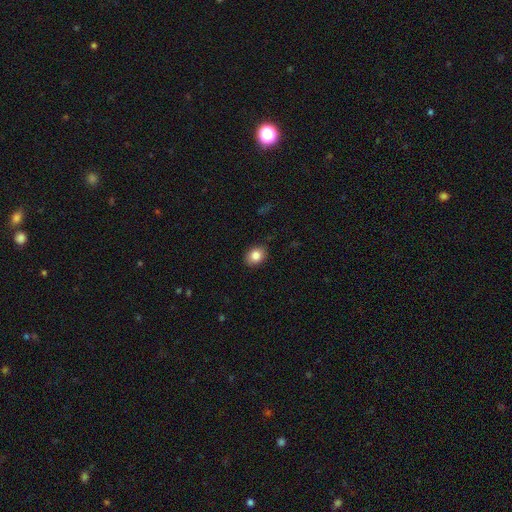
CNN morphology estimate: Smooth or featured: smooth — 84% (star or artifact — 9%)
How rounded: in between — 56% (round — 43%)
Merging: none — 87% (minor disturbance — 10%)